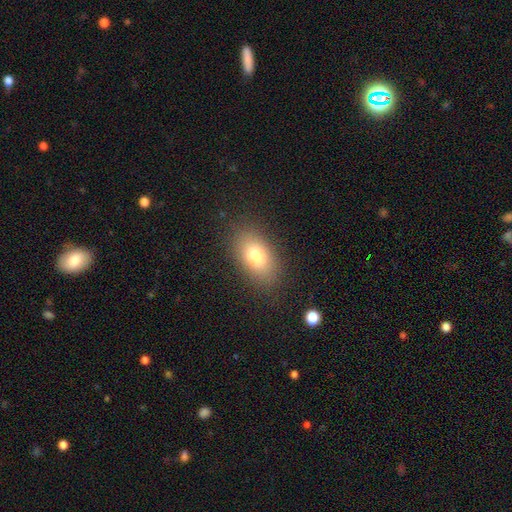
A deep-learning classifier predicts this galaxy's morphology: type=smooth (78%); roundness=in between (89%); merging=none (84%).